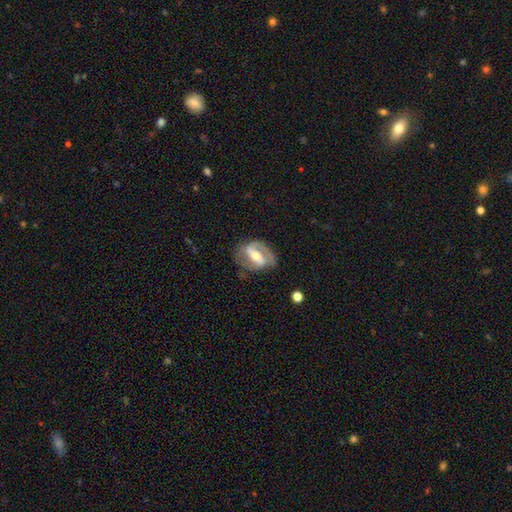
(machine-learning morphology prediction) Smooth or featured? Predicted: featured or disk (p=0.78). Edge-on disk? Predicted: no (p=0.95). Bar? Predicted: strong (p=0.56). Spiral arms? Predicted: yes (p=0.81). Spiral winding? Predicted: medium (p=0.46). Spiral arm count? Predicted: 2 (p=0.81). Bulge size? Predicted: moderate (p=0.61). Merging? Predicted: none (p=0.68).